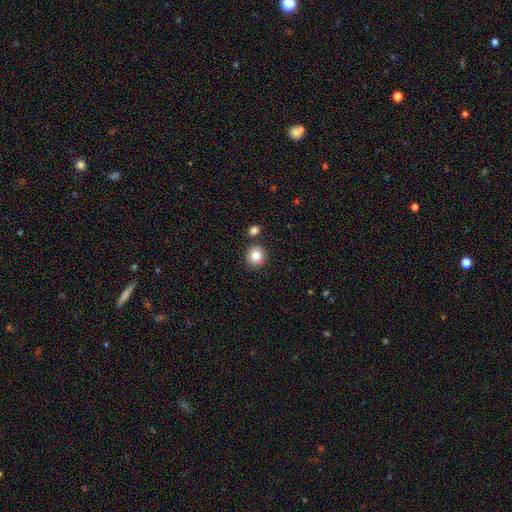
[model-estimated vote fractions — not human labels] smooth_or_featured: smooth (p=0.83) [alt: star or artifact p=0.10]
how_rounded: round (p=0.91) [alt: in between p=0.08]
merging: none (p=0.84) [alt: minor disturbance p=0.07]